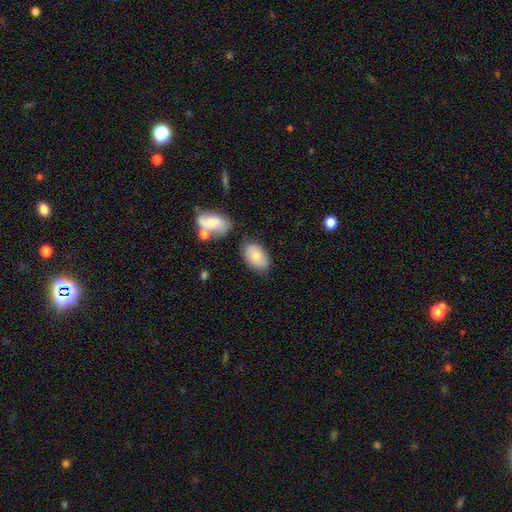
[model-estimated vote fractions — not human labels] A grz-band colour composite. It shows a smooth galaxy with no disk features (77%) that is in between round and cigar-shaped (92%). Merging: none (73%).